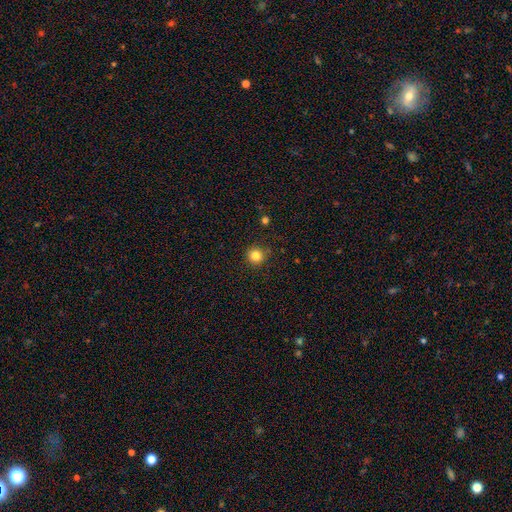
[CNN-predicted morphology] The model was most divided on "smooth or featured": smooth: 83%, star or artifact: 12%, featured or disk: 5%. More confident: how rounded — round (94%); merging — none (89%).